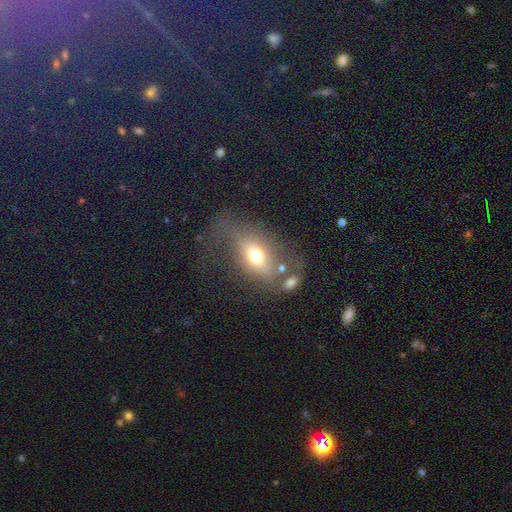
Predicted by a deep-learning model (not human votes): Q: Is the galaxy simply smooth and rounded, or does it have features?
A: smooth — 59%.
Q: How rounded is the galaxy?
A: in between — 74%.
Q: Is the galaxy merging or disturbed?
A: none — 38%.